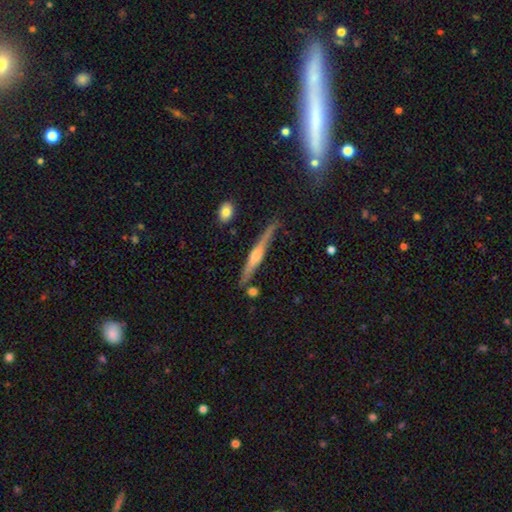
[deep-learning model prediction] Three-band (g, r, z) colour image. It shows a featured or disk galaxy (71%) viewed edge-on (97%) with a rounded central bulge (73%). Merging: none (82%).